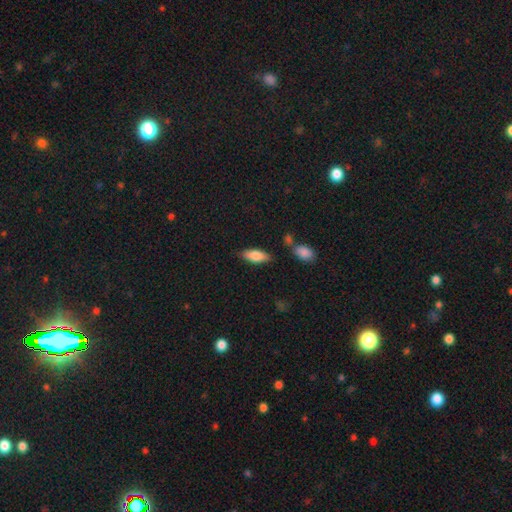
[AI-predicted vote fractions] This is likely a smooth galaxy (79%). How rounded: likely in between (76%). Merging: likely none (79%).